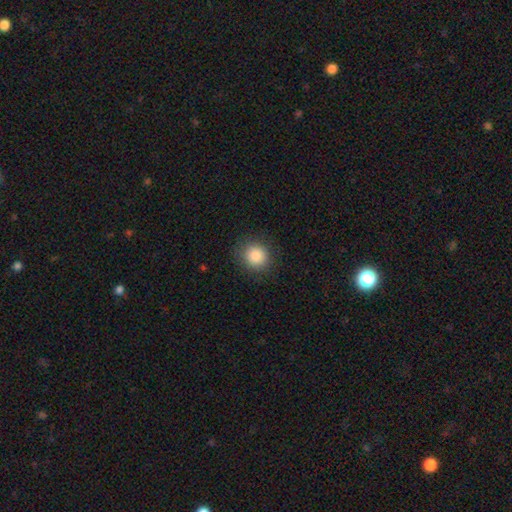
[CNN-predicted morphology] This appears to be a smooth galaxy with no disk features (86%) that is round (87%). Merging: none (88%).